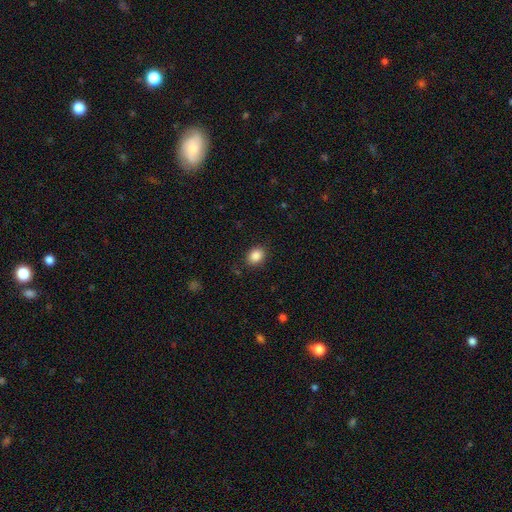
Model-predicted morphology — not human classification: Smooth or featured? Predicted: smooth (p=0.87). How rounded? Predicted: in between (p=0.51). Merging? Predicted: none (p=0.86).